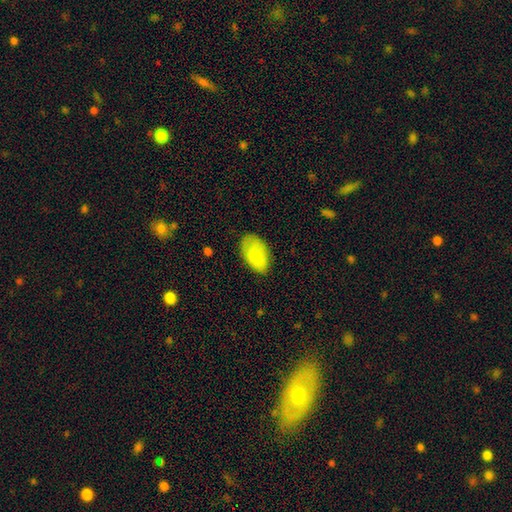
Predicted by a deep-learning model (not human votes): Morphology: type=smooth (81%); roundness=in between (94%); merging=none (72%).